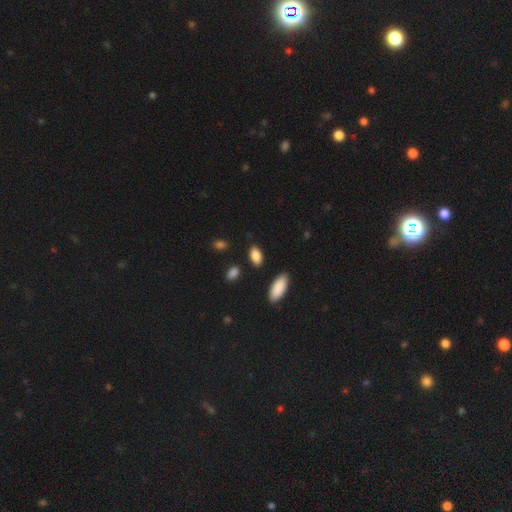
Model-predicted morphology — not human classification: The model was most divided on "merging": none: 85%, minor disturbance: 10%, merger: 3%, major disturbance: 3%. More confident: how rounded — in between (90%); smooth or featured — smooth (87%).